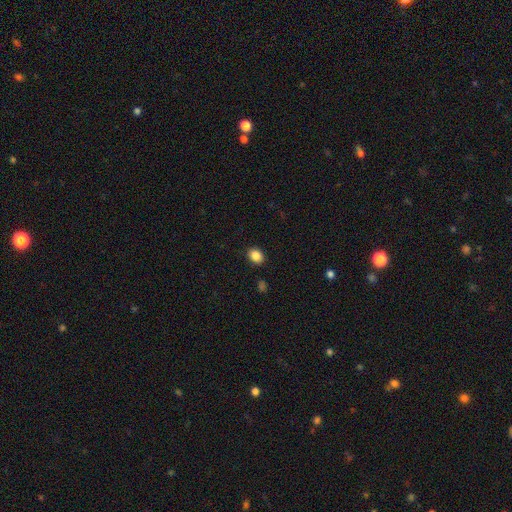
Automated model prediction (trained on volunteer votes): smooth-or-featured: smooth: 87% | star or artifact: 9% | featured or disk: 4%
  how-rounded: in between: 62% | round: 37% | cigar-shaped: 1%
  merging: none: 89% | minor disturbance: 8% | major disturbance: 2% | merger: 1%